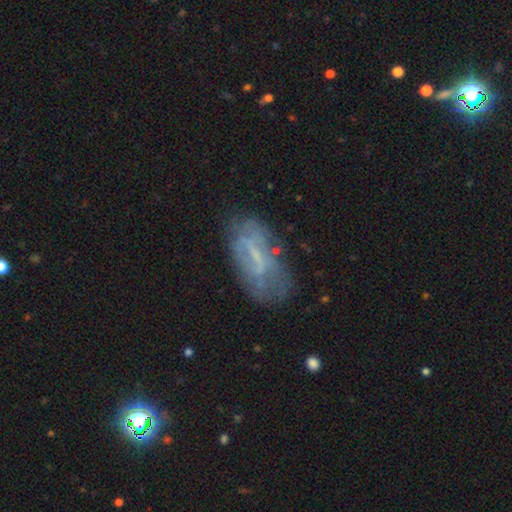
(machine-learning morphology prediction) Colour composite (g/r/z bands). It shows a featured or disk galaxy (54%). Merging: none (57%).